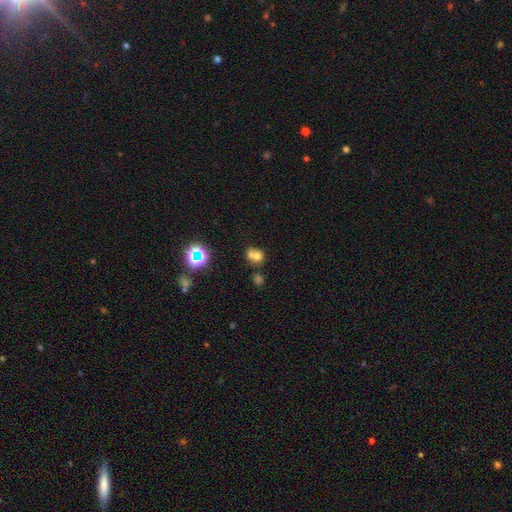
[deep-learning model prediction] Overall: smooth (66%). How rounded: round (72%). Merging: merger (54%; none 34%).